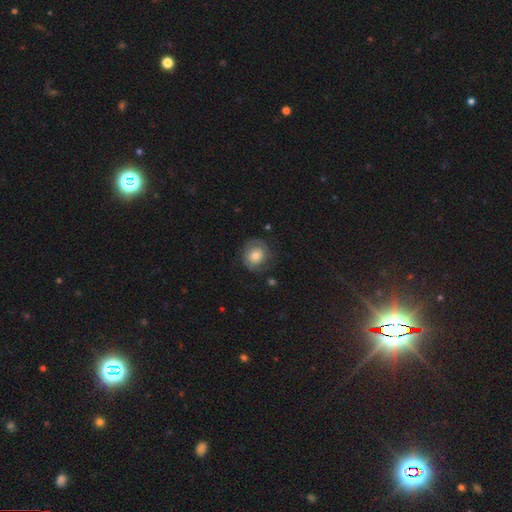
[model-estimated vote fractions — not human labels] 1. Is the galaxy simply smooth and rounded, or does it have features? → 53% featured or disk, 39% smooth, 8% star or artifact.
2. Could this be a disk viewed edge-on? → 97% no, 3% yes.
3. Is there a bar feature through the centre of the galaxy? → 78% no, 18% weak, 4% strong.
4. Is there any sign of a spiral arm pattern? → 80% yes, 20% no.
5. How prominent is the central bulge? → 61% moderate, 26% small, 10% large, 2% none, 2% dominant.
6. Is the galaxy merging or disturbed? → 72% none, 17% minor disturbance, 9% major disturbance, 2% merger.